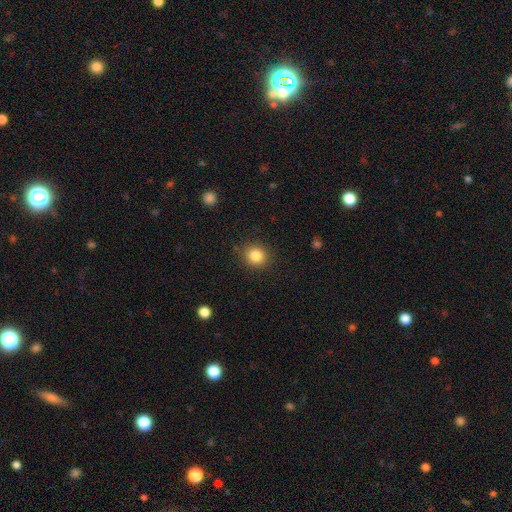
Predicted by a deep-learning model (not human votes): smooth_or_featured: smooth (p=0.84) [alt: star or artifact p=0.11]
how_rounded: round (p=0.83) [alt: in between p=0.16]
merging: none (p=0.88) [alt: minor disturbance p=0.08]